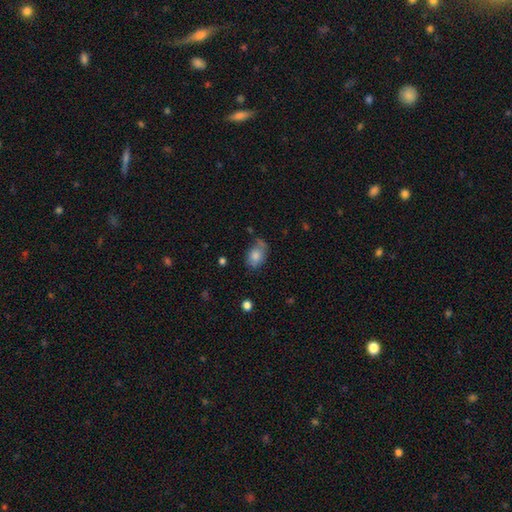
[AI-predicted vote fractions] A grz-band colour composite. It shows a smooth galaxy with no disk features (75%) that is in between round and cigar-shaped (76%). Merging: none (50%).